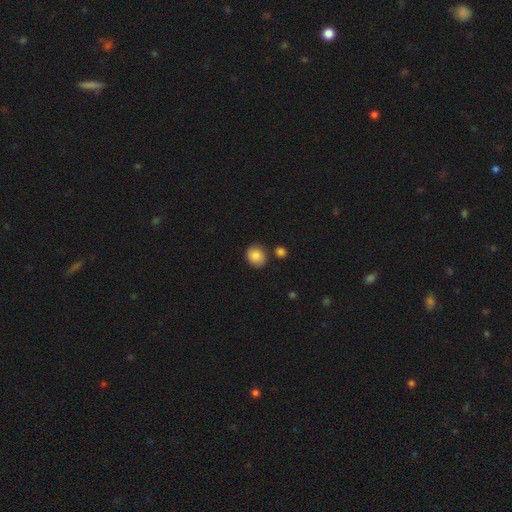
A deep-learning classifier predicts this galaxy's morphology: Overall: smooth (84%). How rounded: round (77%). Merging: none (80%).